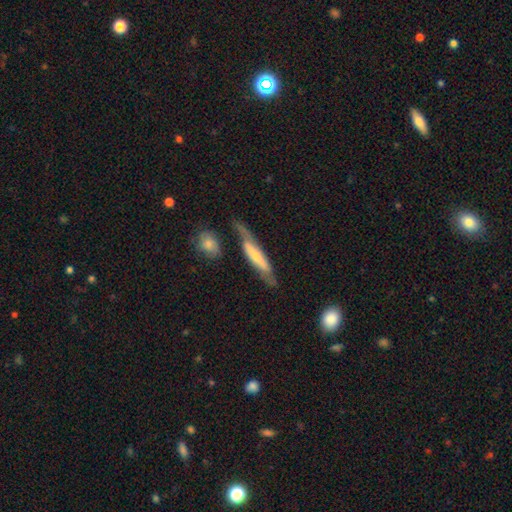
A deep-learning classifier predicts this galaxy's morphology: type=featured or disk (52%); edge-on=yes (59%); merging=none (51%).